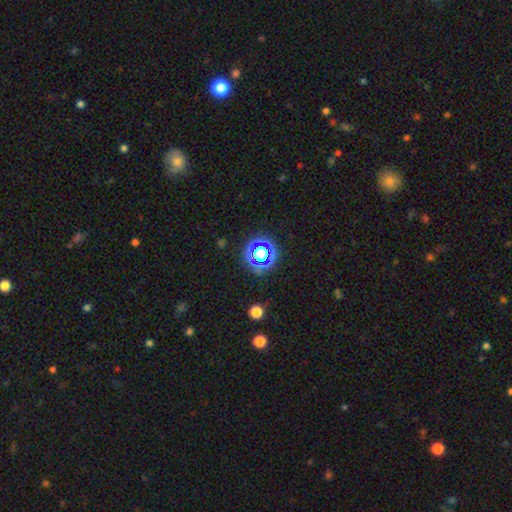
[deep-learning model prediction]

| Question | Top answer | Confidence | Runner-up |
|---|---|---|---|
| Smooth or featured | star or artifact | 57% | smooth (31%) |